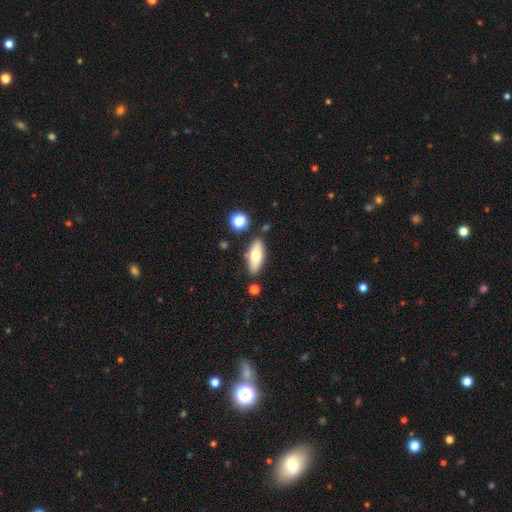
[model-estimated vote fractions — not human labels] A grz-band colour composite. It shows a smooth galaxy with no disk features (66%) that is in between round and cigar-shaped (75%). Merging: none (81%).